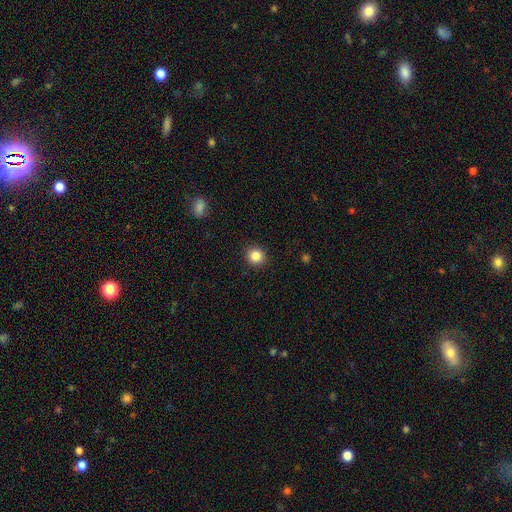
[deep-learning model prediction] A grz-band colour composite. It shows a smooth galaxy with no disk features (85%) that is round (91%). Merging: none (91%).